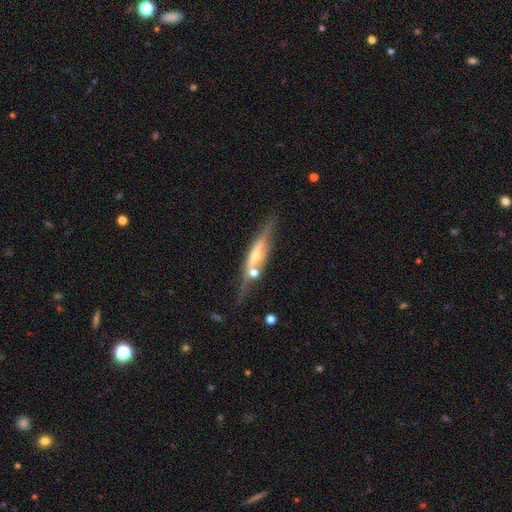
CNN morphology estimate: This is likely a featured or disk galaxy (69%). It is clearly viewed edge-on (88%). Edge-on bulge: likely rounded (68%). Merging: likely none (65%).